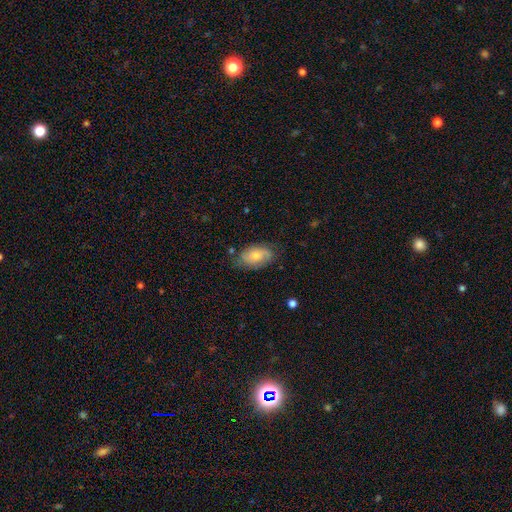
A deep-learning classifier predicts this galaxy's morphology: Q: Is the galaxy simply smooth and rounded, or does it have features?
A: smooth — 56%.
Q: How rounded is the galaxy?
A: in between — 90%.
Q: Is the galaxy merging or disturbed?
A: none — 68%.